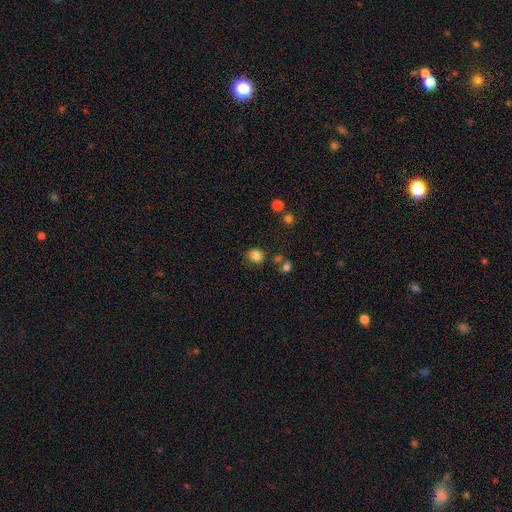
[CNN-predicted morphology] smooth-or-featured: smooth: 82% | star or artifact: 13% | featured or disk: 5%
  how-rounded: round: 67% | in between: 32% | cigar-shaped: 1%
  merging: none: 73% | minor disturbance: 16% | merger: 6% | major disturbance: 5%